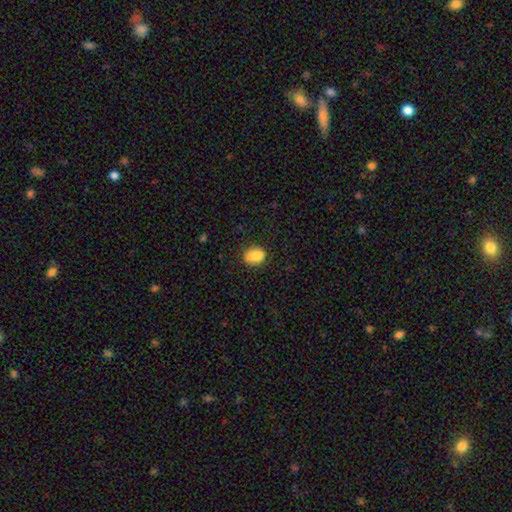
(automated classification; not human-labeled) Smooth or featured: smooth — 81% (featured or disk — 10%)
How rounded: in between — 68% (round — 30%)
Merging: none — 69% (minor disturbance — 21%)